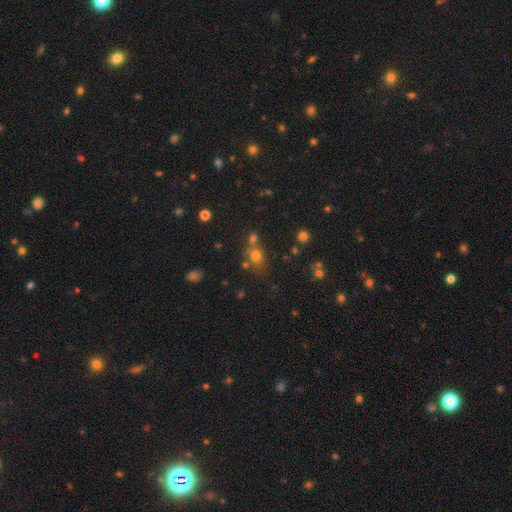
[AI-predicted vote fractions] This appears to be a smooth galaxy with no disk features (70%) that is round (66%). Merging: none (57%).